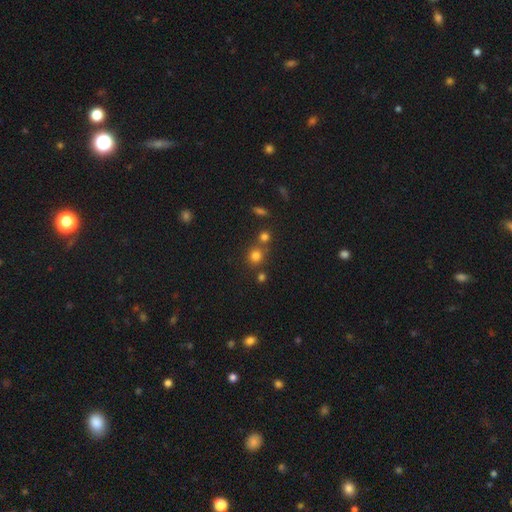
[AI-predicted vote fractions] Morphology: type=smooth (76%); roundness=round (88%); merging=none (66%).